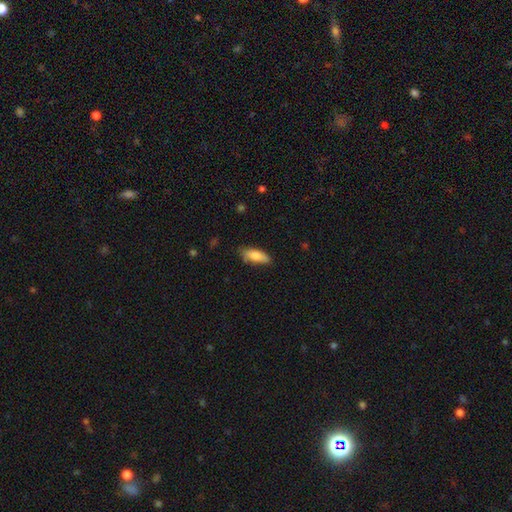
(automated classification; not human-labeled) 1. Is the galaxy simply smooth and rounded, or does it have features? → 83% smooth, 11% featured or disk, 6% star or artifact.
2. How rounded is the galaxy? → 65% in between, 33% cigar-shaped, 2% round.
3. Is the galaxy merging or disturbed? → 75% none, 20% minor disturbance, 3% major disturbance, 2% merger.